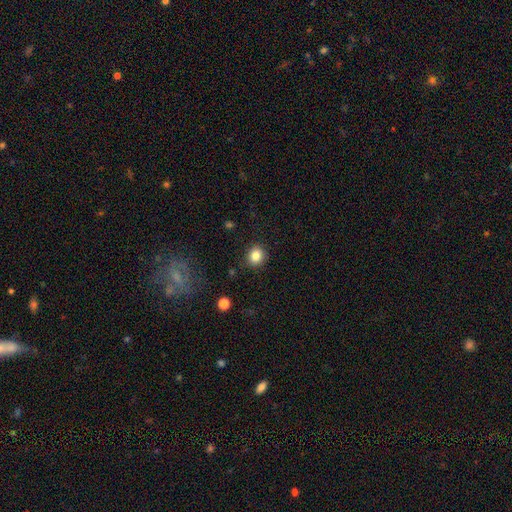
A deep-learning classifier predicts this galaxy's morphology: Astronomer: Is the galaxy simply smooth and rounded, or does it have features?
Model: smooth — 84%.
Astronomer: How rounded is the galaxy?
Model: round — 77%.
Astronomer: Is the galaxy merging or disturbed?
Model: none — 89%.